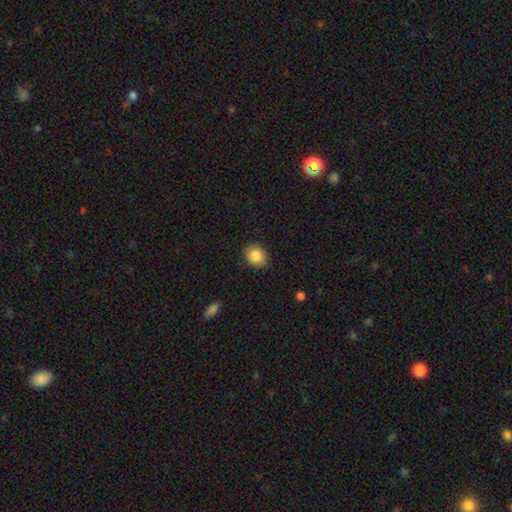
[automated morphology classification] type=smooth (86%); roundness=round (50%); merging=none (86%).